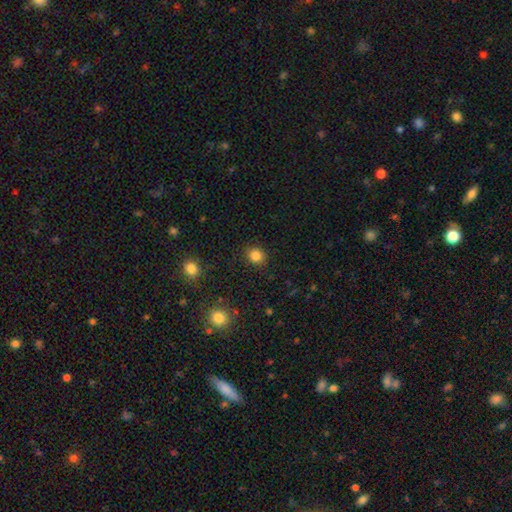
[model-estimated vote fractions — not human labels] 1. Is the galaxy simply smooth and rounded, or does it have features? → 85% smooth, 11% star or artifact, 4% featured or disk.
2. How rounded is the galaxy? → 70% round, 29% in between, 1% cigar-shaped.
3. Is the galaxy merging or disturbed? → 89% none, 8% minor disturbance, 3% major disturbance, 1% merger.